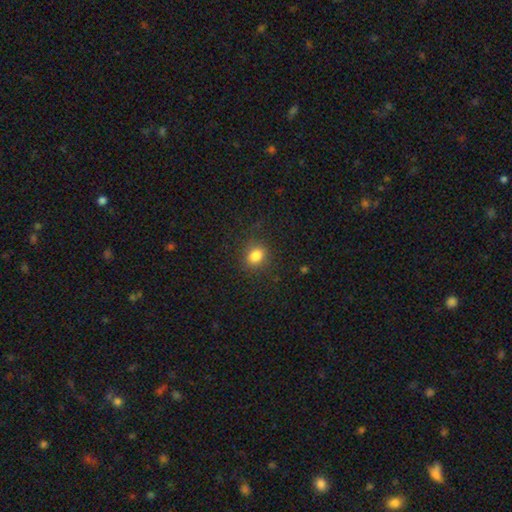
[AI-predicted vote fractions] Overall: smooth (83%). How rounded: round (55%; in between 44%). Merging: none (84%).